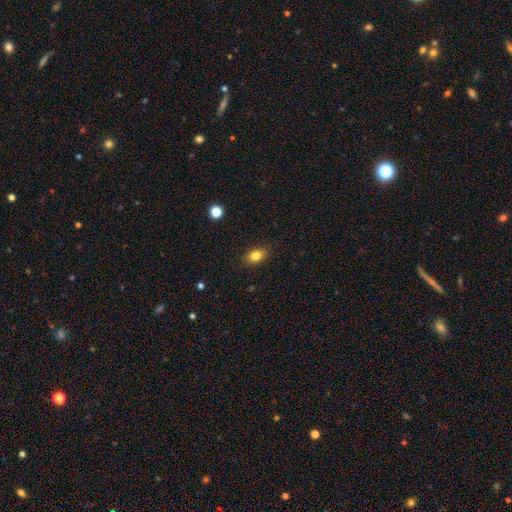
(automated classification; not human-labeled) Q: Smooth or featured?
A: smooth (82%); runner-up: star or artifact (10%)
Q: How rounded?
A: in between (78%); runner-up: round (20%)
Q: Merging?
A: none (87%); runner-up: minor disturbance (10%)